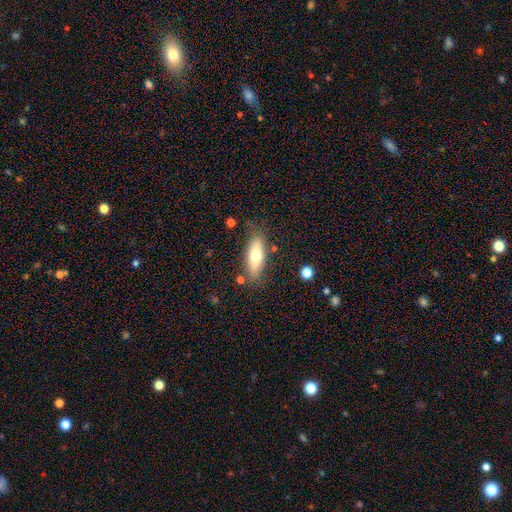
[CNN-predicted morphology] Smooth or featured? smooth (66%)
How rounded? in between (70%)
Merging? none (77%)